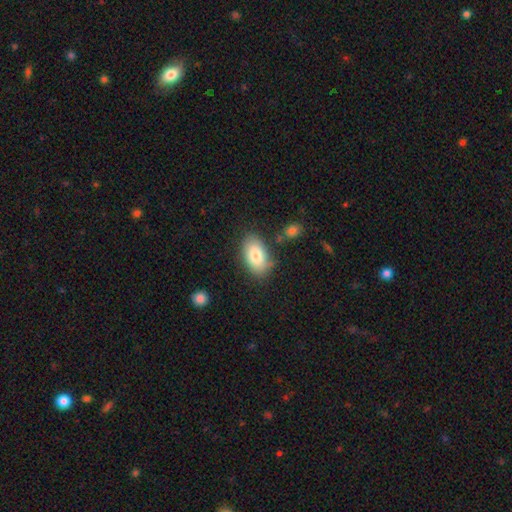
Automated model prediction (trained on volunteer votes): This is clearly a smooth galaxy (81%). How rounded: clearly in between (93%). Merging: likely none (80%).